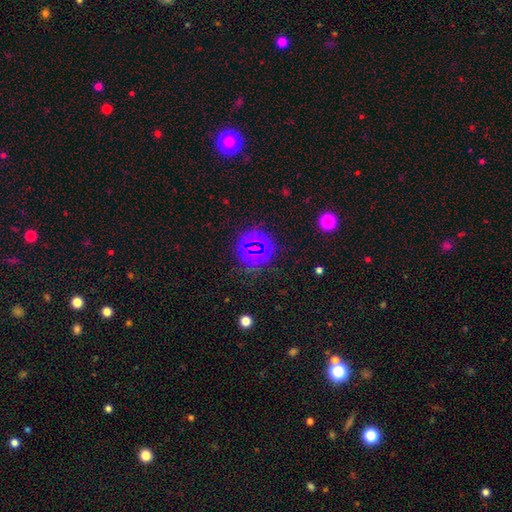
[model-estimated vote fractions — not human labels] Q: Smooth or featured?
A: star or artifact (71%); runner-up: smooth (19%)